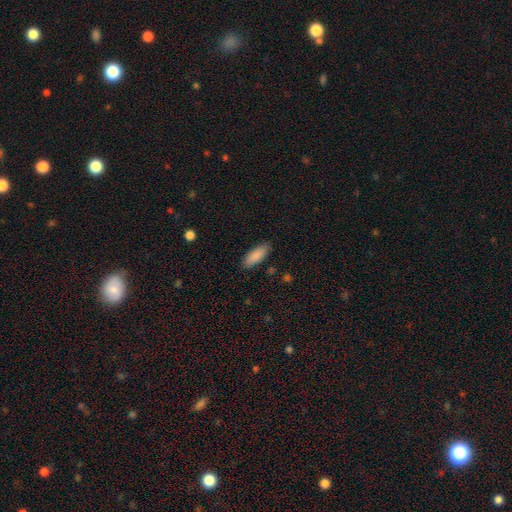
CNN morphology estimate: Smooth or featured? smooth (87%)
How rounded? in between (72%)
Merging? none (87%)